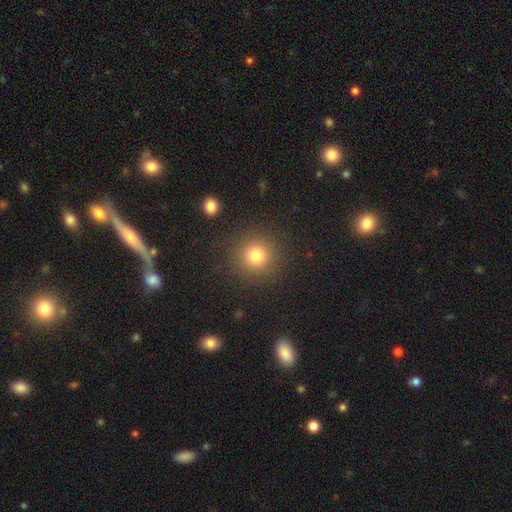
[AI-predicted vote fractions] Overall: smooth (80%). How rounded: round (93%). Merging: none (88%).